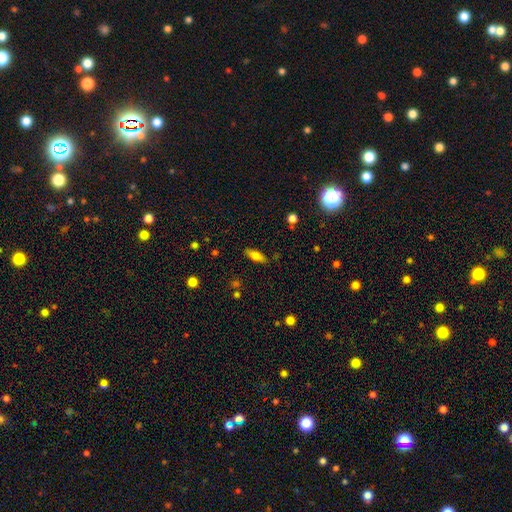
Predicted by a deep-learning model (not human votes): Smooth or featured? smooth (73%)
How rounded? in between (70%)
Merging? none (85%)